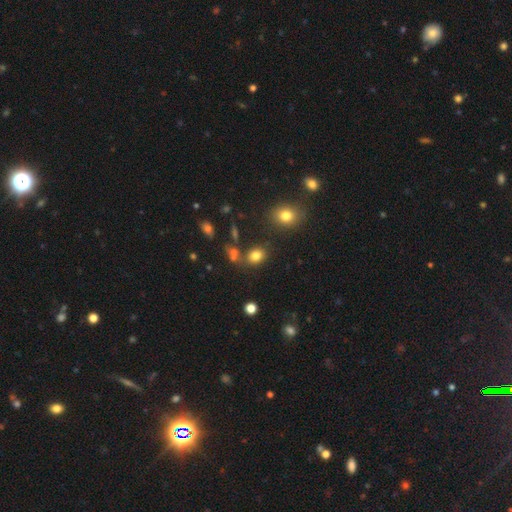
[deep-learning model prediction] A smooth galaxy with no disk features (80%) that is round (50%).

Vote fractions:
- Smooth or featured? smooth: 80% / star or artifact: 13% / featured or disk: 7%
- How rounded? round: 50% / in between: 48% / cigar-shaped: 1%
- Merging? none: 71% / merger: 13% / minor disturbance: 12% / major disturbance: 4%